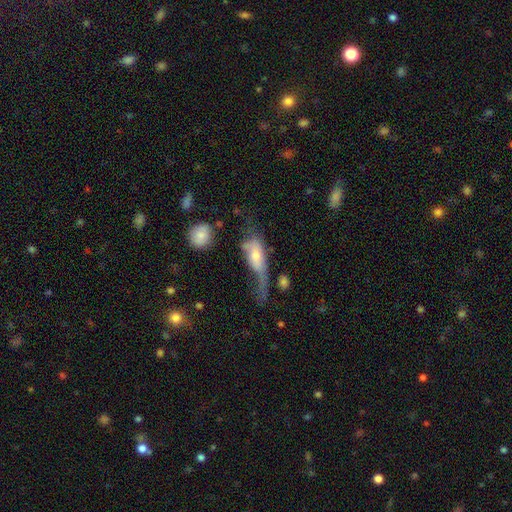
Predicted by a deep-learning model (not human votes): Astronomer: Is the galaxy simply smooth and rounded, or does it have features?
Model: smooth — 53% (runner-up: featured or disk, 39%).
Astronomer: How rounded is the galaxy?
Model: in between — 76%.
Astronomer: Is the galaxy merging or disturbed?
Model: major disturbance — 59%.